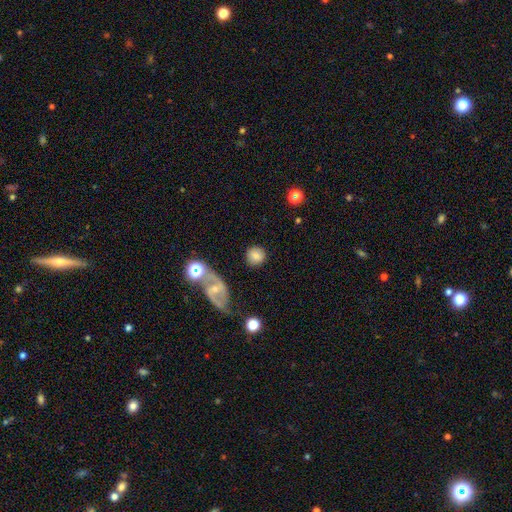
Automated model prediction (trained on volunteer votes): A smooth galaxy with no disk features (74%) that is round (90%). Merging: none (83%).